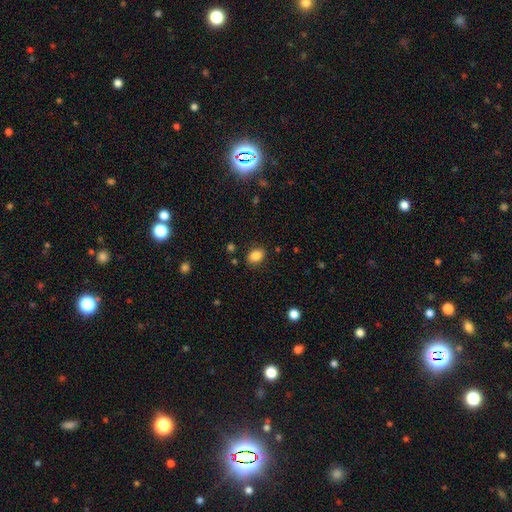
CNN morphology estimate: Q: Smooth or featured?
A: smooth (86%); runner-up: star or artifact (9%)
Q: How rounded?
A: in between (75%); runner-up: round (24%)
Q: Merging?
A: none (86%); runner-up: minor disturbance (10%)